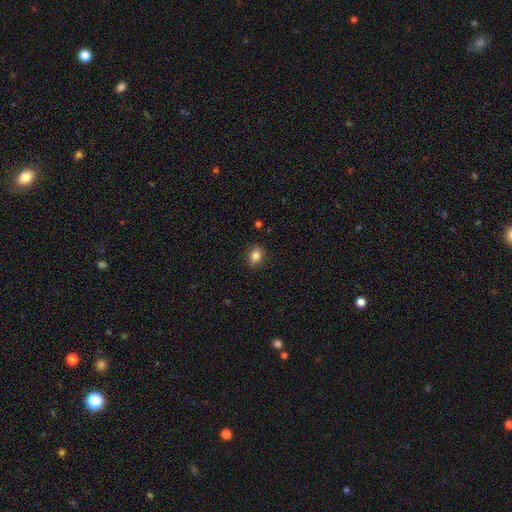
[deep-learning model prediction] Smooth or featured? Predicted: smooth (p=0.84). How rounded? Predicted: in between (p=0.50). Merging? Predicted: none (p=0.88).